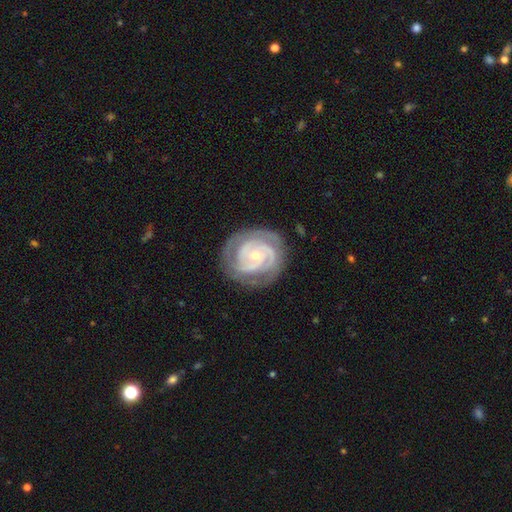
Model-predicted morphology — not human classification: featured or disk 90%, smooth 6%, star or artifact 4%. Down the decision tree: edge-on disk — no (98%); bar — no (64%); spiral arms — yes (98%); spiral arm count — 2 (43%); spiral winding — tight (75%); bulge size — small (68%); merging — none (81%).